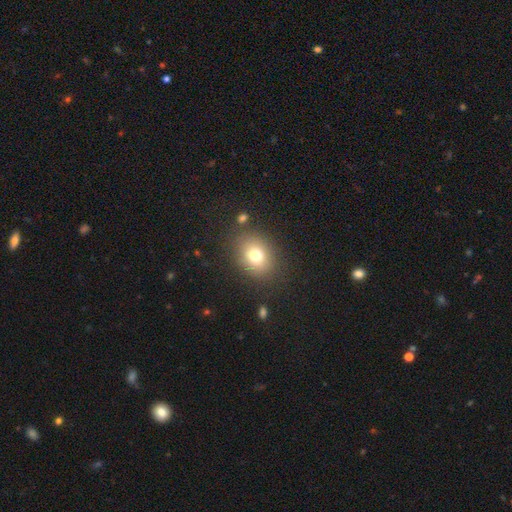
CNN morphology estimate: A smooth galaxy with no disk features (76%) that is in between round and cigar-shaped (50%). Merging: none (82%).